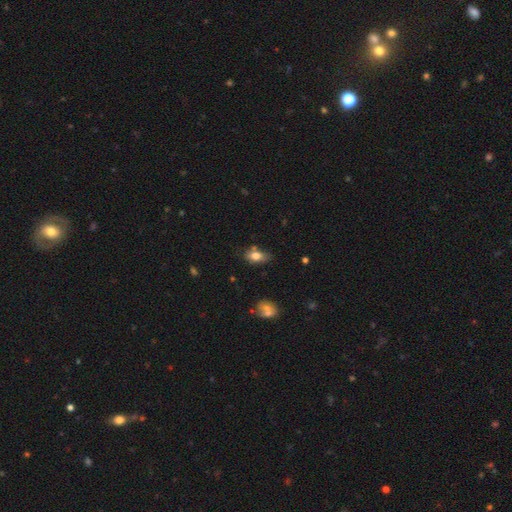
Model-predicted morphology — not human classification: Smooth or featured? smooth (78%)
How rounded? in between (86%)
Merging? none (61%)